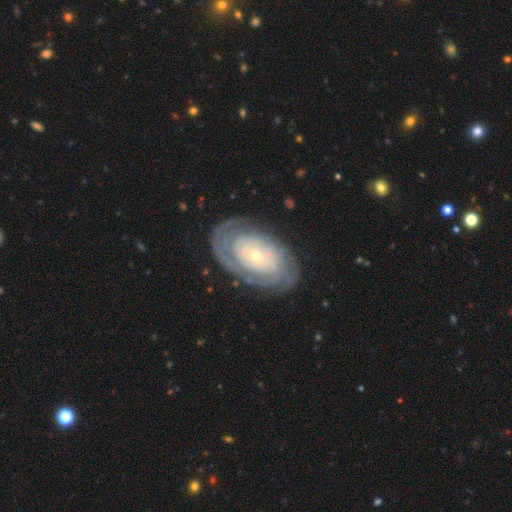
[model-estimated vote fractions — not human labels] Smooth or featured? featured or disk (80%)
Edge-on disk? no (95%)
Bar? no (82%)
Spiral arms? yes (87%)
Spiral winding? tight (79%)
Spiral arm count? can't tell (52%)
Bulge size? small (75%)
Merging? none (74%)